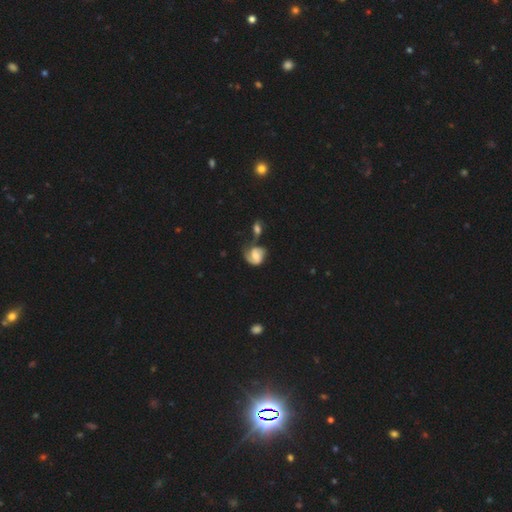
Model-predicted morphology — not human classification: Smooth or featured? Predicted: featured or disk (p=0.65). Edge-on disk? Predicted: no (p=0.97). Bar? Predicted: no (p=0.43). Spiral arms? Predicted: yes (p=0.90). Spiral winding? Predicted: medium (p=0.44). Spiral arm count? Predicted: 2 (p=0.63). Bulge size? Predicted: moderate (p=0.48). Merging? Predicted: none (p=0.41).